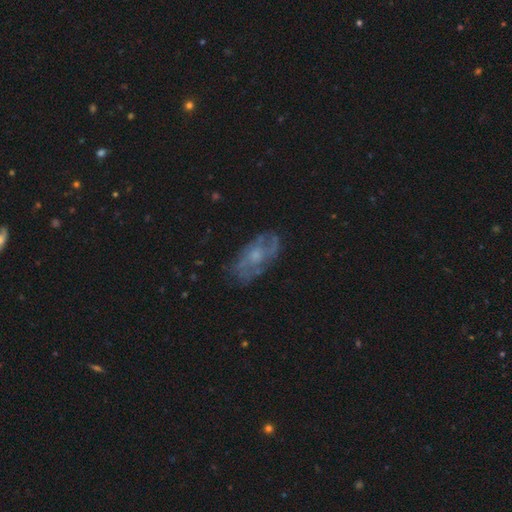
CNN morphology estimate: Smooth or featured? featured or disk (66%)
Edge-on disk? no (92%)
Bar? no (77%)
Spiral arms? yes (64%)
Bulge size? moderate (45%)
Merging? none (70%)